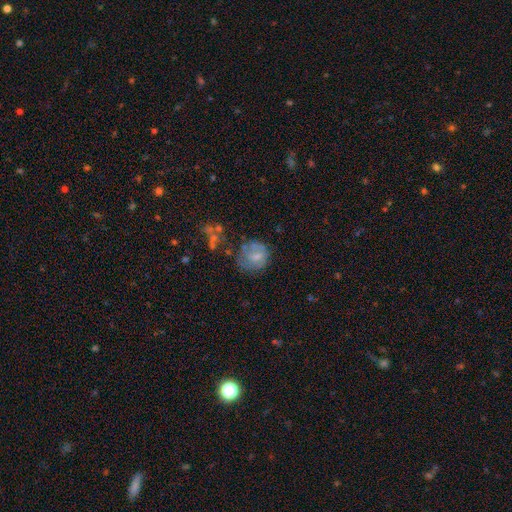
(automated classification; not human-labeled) This appears to be a smooth galaxy with no disk features (53%) that is round (79%). Merging: none (51%).